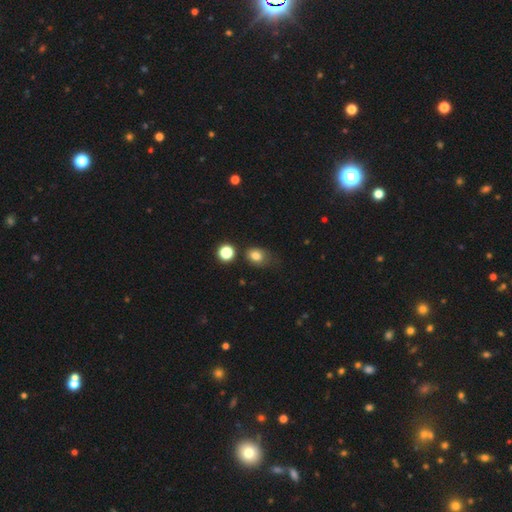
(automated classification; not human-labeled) smooth_or_featured: smooth (p=0.80) [alt: star or artifact p=0.13]
how_rounded: in between (p=0.51) [alt: round p=0.48]
merging: none (p=0.58) [alt: minor disturbance p=0.26]